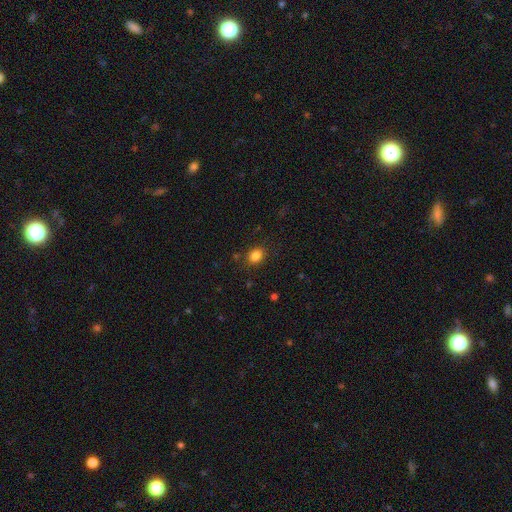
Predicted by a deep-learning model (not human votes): Overall: smooth (84%). How rounded: in between (53%; round 46%). Merging: none (84%).